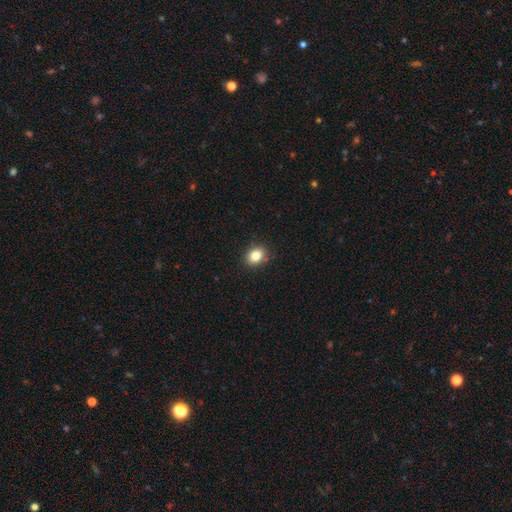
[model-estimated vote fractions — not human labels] Q: Smooth or featured?
A: smooth (83%); runner-up: star or artifact (10%)
Q: How rounded?
A: in between (52%); runner-up: round (47%)
Q: Merging?
A: none (88%); runner-up: minor disturbance (9%)